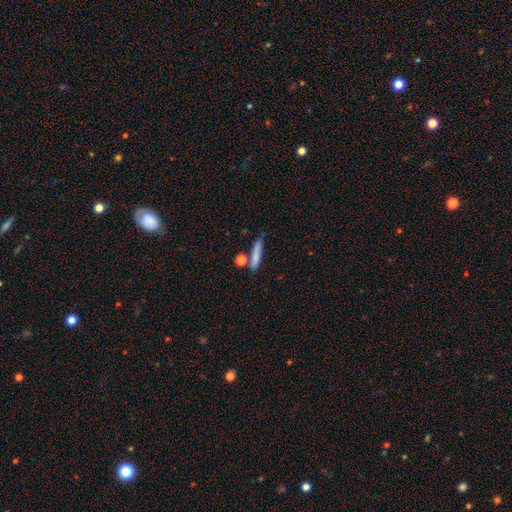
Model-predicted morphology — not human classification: smooth 78%, featured or disk 14%, star or artifact 8%. Down the decision tree: how rounded — cigar-shaped (79%); merging — none (68%).